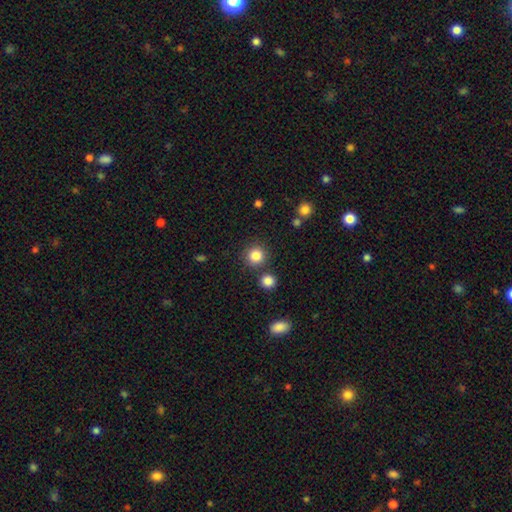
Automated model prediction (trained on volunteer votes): A smooth galaxy with no disk features (85%) that is round (92%). Merging: none (83%).